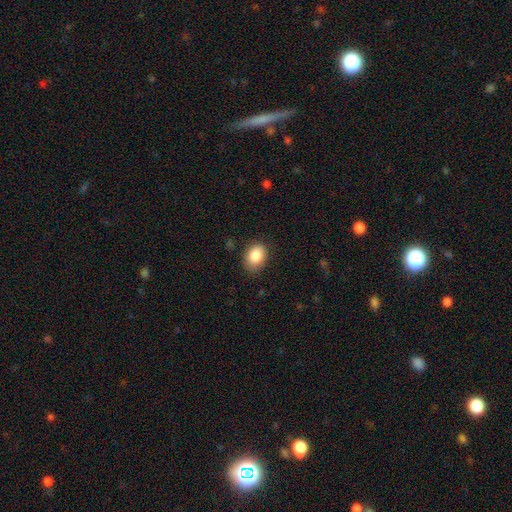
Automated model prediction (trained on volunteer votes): smooth-or-featured: smooth: 87% | star or artifact: 8% | featured or disk: 6%
  how-rounded: in between: 76% | round: 23% | cigar-shaped: 1%
  merging: none: 81% | minor disturbance: 15% | major disturbance: 3% | merger: 1%